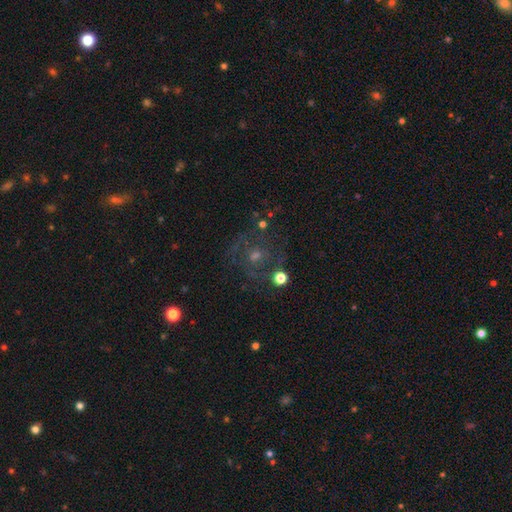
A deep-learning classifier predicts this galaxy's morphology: A featured or disk galaxy (47%).

Vote fractions:
- Smooth or featured? featured or disk: 47% / star or artifact: 27% / smooth: 26%
- Merging? none: 69% / minor disturbance: 14% / major disturbance: 12% / merger: 6%